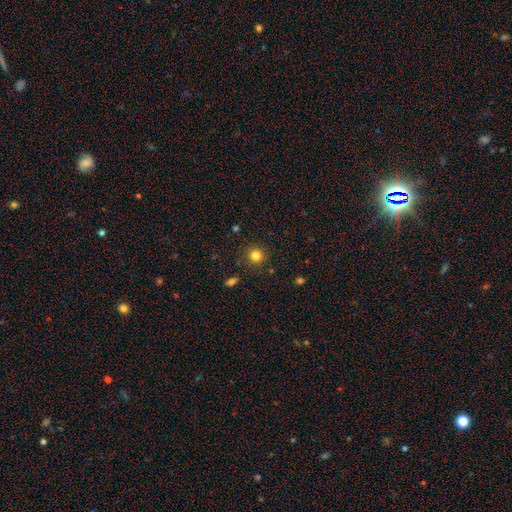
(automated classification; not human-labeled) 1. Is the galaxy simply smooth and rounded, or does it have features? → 82% smooth, 13% star or artifact, 5% featured or disk.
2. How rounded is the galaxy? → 94% round, 5% in between, 1% cigar-shaped.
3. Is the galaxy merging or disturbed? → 90% none, 6% minor disturbance, 2% major disturbance, 2% merger.